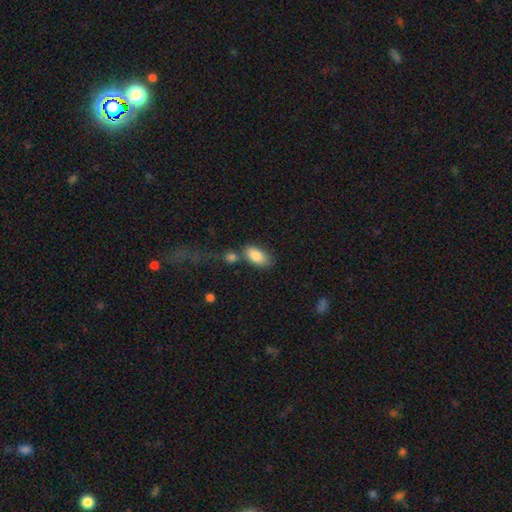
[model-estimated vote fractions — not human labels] This appears to be a smooth galaxy with no disk features (84%) that is in between round and cigar-shaped (92%). Merging: none (59%).